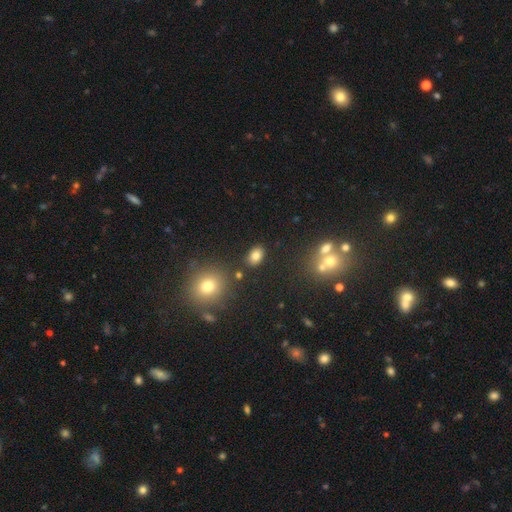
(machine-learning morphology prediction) Overall: smooth (81%). How rounded: in between (78%). Merging: none (83%).